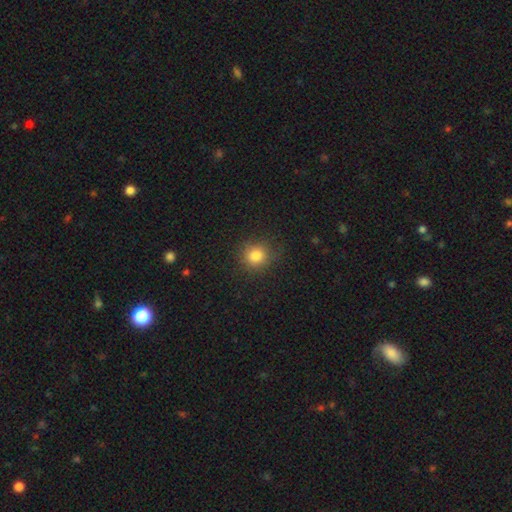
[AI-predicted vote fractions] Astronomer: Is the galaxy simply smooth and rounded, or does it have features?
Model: smooth — 82%.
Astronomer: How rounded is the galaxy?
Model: round — 86%.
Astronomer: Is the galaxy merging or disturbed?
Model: none — 82%.